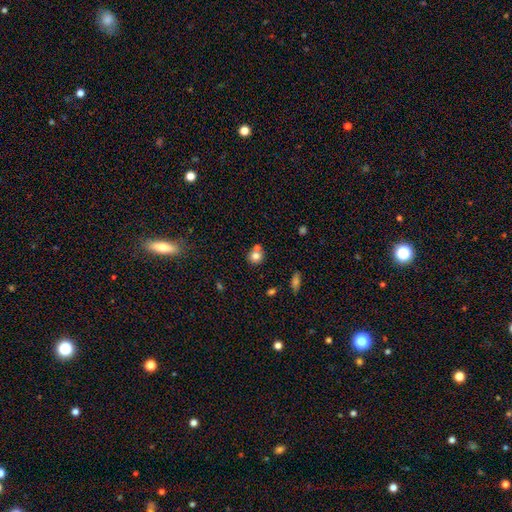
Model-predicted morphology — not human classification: This is likely a smooth galaxy (78%). How rounded: clearly round (85%). Merging: possibly none (51%).